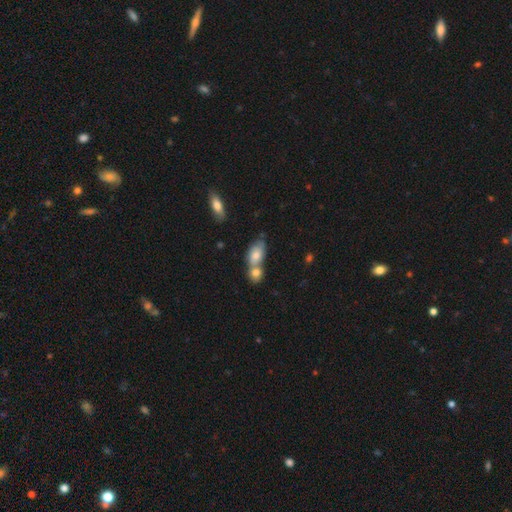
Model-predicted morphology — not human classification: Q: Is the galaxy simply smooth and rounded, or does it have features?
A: smooth — 69%.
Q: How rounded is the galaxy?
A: in between — 82%.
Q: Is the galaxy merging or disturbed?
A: merger — 54%.